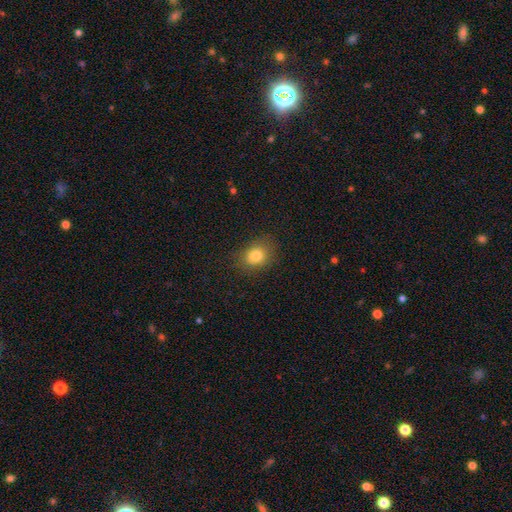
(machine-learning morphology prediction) Smooth or featured?
  - smooth: 82% *
  - star or artifact: 11%
  - featured or disk: 7%
How rounded?
  - in between: 51% *
  - round: 48%
  - cigar-shaped: 1%
Merging?
  - none: 81% *
  - minor disturbance: 13%
  - major disturbance: 4%
  - merger: 1%